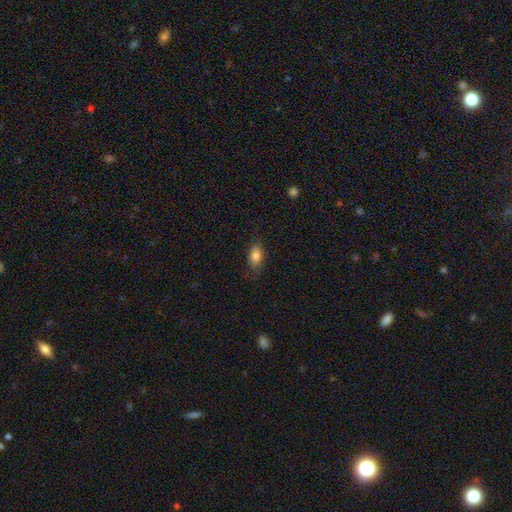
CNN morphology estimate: Smooth or featured? Predicted: smooth (p=0.82). How rounded? Predicted: in between (p=0.85). Merging? Predicted: none (p=0.80).